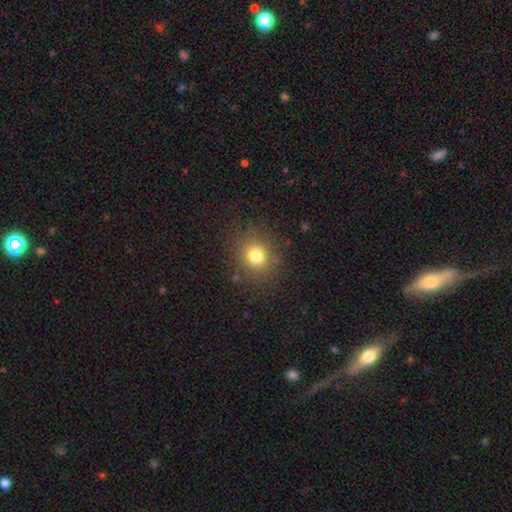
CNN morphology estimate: Smooth or featured: smooth — 77% (star or artifact — 15%)
How rounded: round — 80% (in between — 19%)
Merging: none — 85% (minor disturbance — 9%)